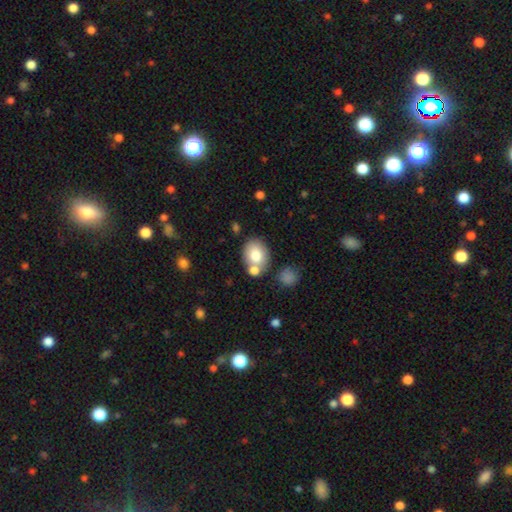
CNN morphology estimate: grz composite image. It shows a smooth galaxy with no disk features (77%) that is in between round and cigar-shaped (59%). Merging: none (60%).